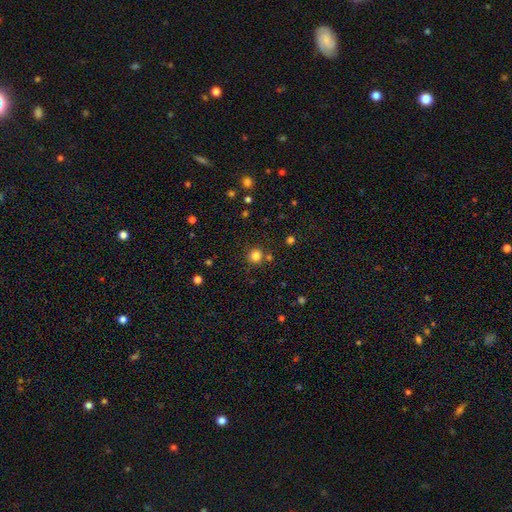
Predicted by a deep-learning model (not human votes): This is clearly a smooth galaxy (81%). How rounded: clearly round (94%). Merging: clearly none (82%).